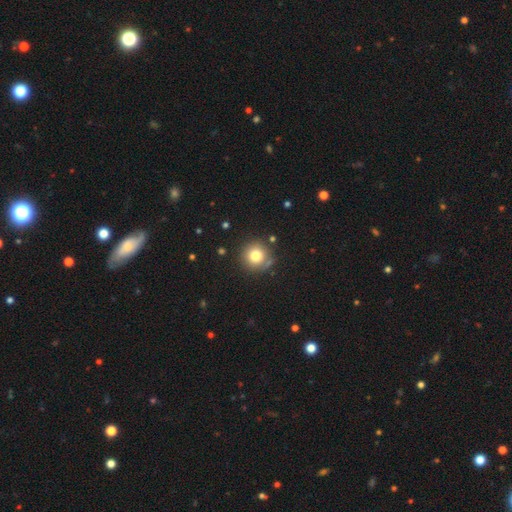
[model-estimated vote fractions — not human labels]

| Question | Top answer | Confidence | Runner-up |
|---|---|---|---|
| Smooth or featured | smooth | 78% | star or artifact (12%) |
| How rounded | round | 95% | in between (5%) |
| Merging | none | 83% | minor disturbance (10%) |